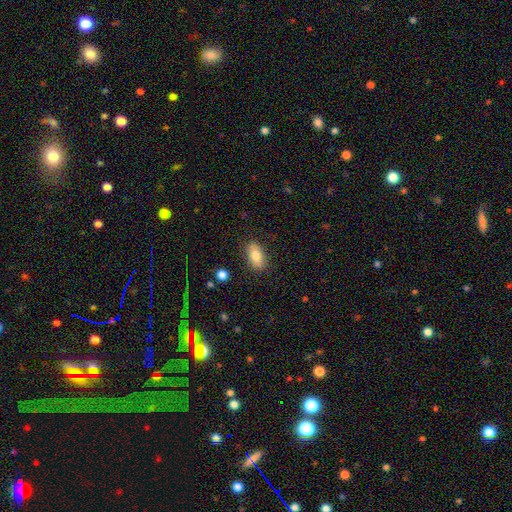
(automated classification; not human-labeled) smooth-or-featured: smooth: 77% | featured or disk: 15% | star or artifact: 7%
  how-rounded: in between: 88% | cigar-shaped: 6% | round: 6%
  merging: none: 85% | minor disturbance: 11% | major disturbance: 2% | merger: 1%